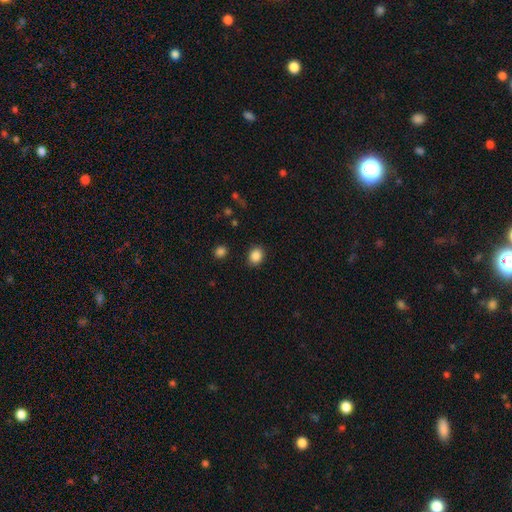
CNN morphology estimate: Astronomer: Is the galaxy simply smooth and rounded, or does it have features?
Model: smooth — 87%.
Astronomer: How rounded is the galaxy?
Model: round — 59% (runner-up: in between, 40%).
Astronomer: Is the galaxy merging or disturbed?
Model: none — 88%.